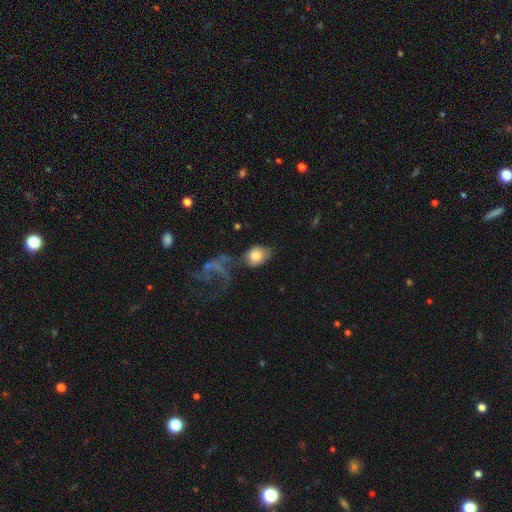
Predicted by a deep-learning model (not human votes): A smooth galaxy with no disk features (74%) that is in between round and cigar-shaped (67%).

Vote fractions:
- Smooth or featured? smooth: 74% / featured or disk: 18% / star or artifact: 8%
- How rounded? in between: 67% / round: 32% / cigar-shaped: 2%
- Merging? none: 32% / major disturbance: 29% / minor disturbance: 20% / merger: 19%